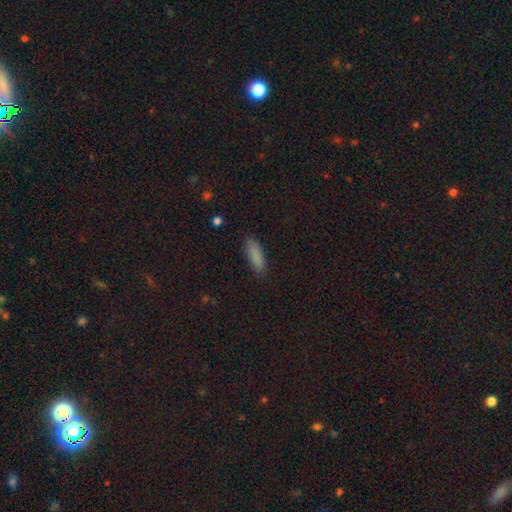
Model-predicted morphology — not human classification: type=smooth (86%); roundness=cigar-shaped (52%); merging=none (86%).